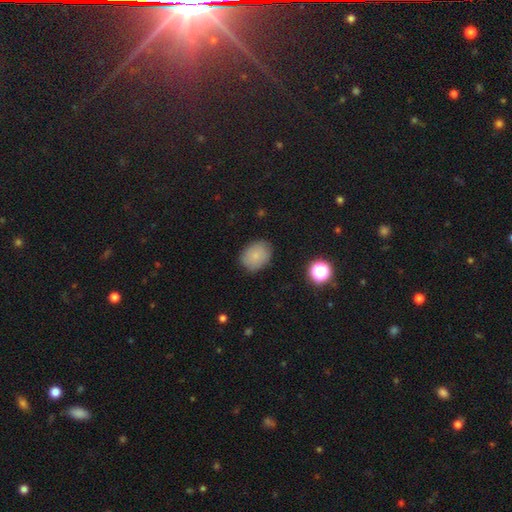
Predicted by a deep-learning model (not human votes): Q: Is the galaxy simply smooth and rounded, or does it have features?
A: smooth — 82%.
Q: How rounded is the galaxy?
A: in between — 60%.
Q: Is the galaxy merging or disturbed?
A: none — 83%.